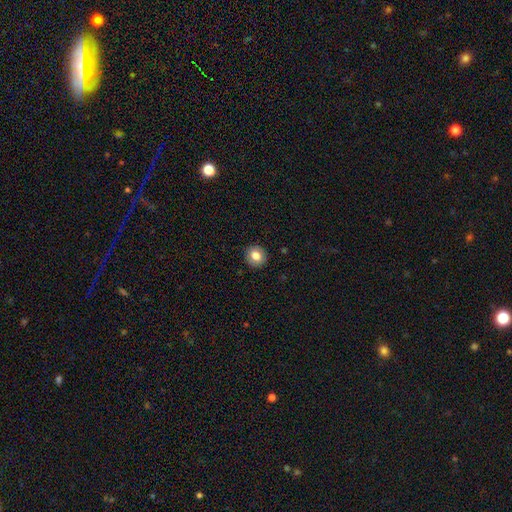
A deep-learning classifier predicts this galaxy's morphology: Smooth or featured? smooth (81%)
How rounded? round (90%)
Merging? none (92%)